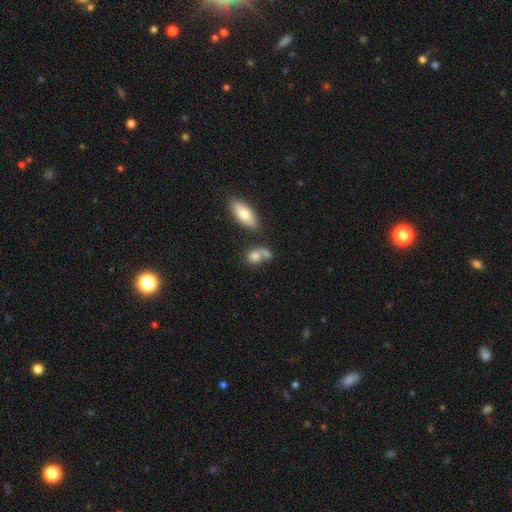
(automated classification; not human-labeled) This is likely a smooth galaxy (79%). How rounded: possibly round (49%). Merging: marginally none (43%).